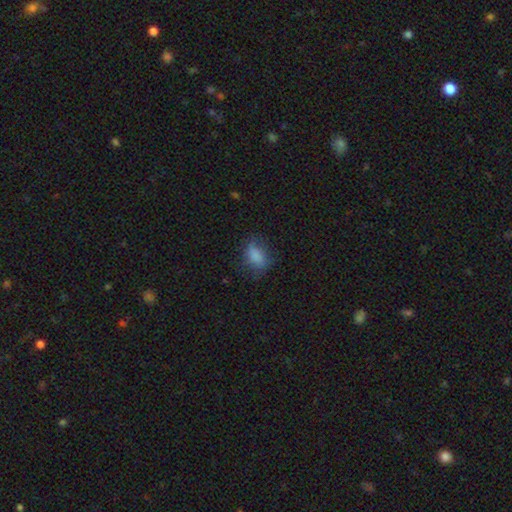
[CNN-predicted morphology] This appears to be a smooth galaxy with no disk features (77%) that is in between round and cigar-shaped (78%). Merging: none (59%).